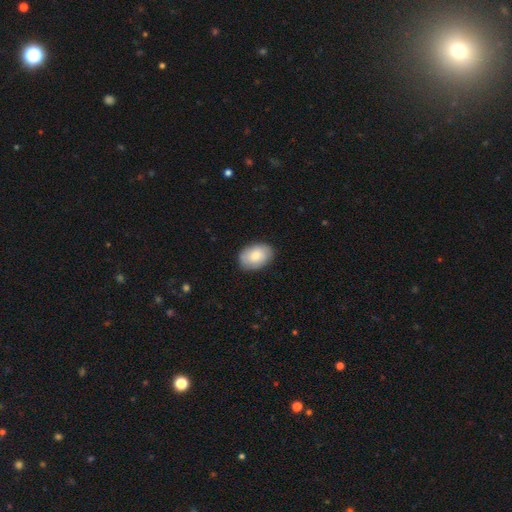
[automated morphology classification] This appears to be a smooth galaxy with no disk features (79%) that is in between round and cigar-shaped (83%). Merging: none (86%).